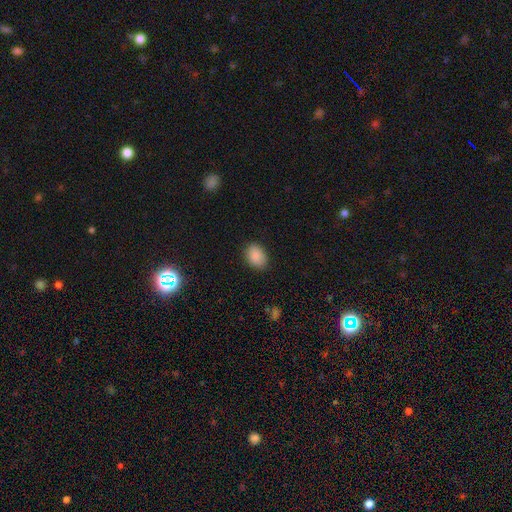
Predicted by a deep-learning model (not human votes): Smooth or featured? Predicted: smooth (p=0.88). How rounded? Predicted: in between (p=0.75). Merging? Predicted: none (p=0.84).